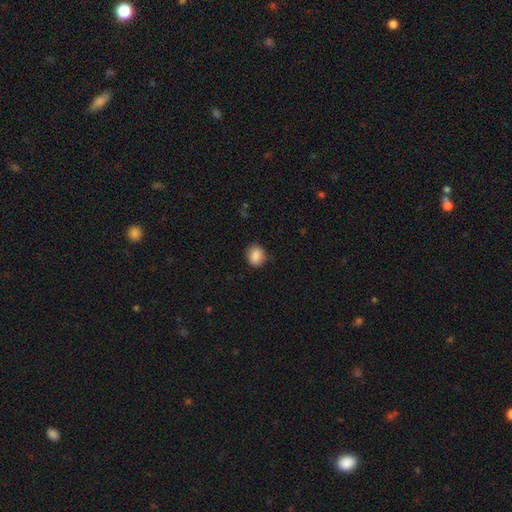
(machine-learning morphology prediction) This appears to be a smooth galaxy with no disk features (87%) that is round (70%). Merging: none (82%).